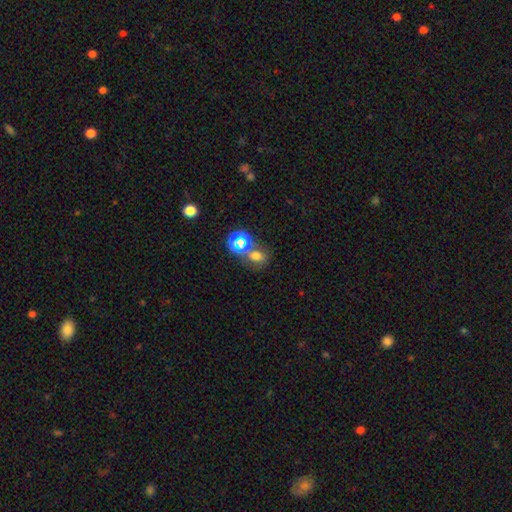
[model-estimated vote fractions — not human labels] Smooth or featured? smooth (57%)
How rounded? round (55%)
Merging? none (52%)